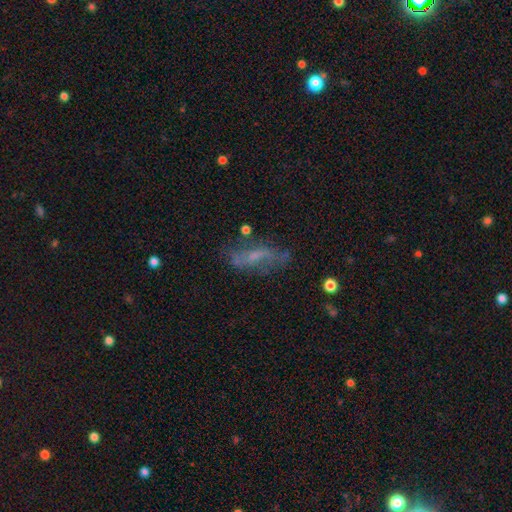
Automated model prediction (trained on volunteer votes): Smooth or featured: featured or disk — 53% (smooth — 36%)
Edge-on disk: no — 84% (yes — 16%)
Merging: none — 52% (minor disturbance — 24%)